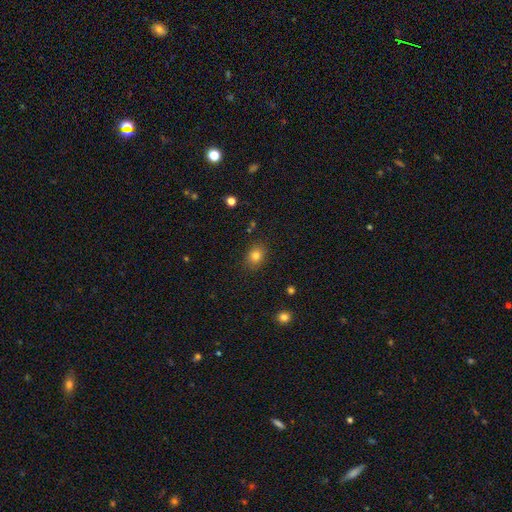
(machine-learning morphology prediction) smooth-or-featured: smooth: 81% | star or artifact: 12% | featured or disk: 8%
  how-rounded: in between: 55% | round: 44% | cigar-shaped: 1%
  merging: none: 86% | minor disturbance: 10% | major disturbance: 3% | merger: 1%